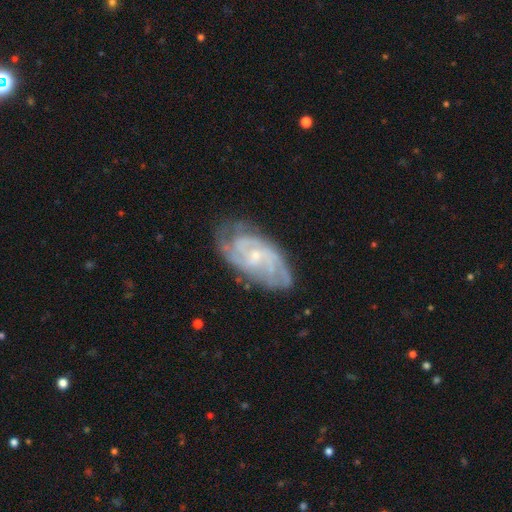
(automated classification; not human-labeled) Smooth or featured: featured or disk — 83% (smooth — 11%)
Edge-on disk: no — 95% (yes — 5%)
Bar: no — 59% (weak — 35%)
Spiral arms: yes — 95% (no — 5%)
Spiral winding: tight — 55% (medium — 36%)
Spiral arm count: can't tell — 32% (2 — 24%)
Bulge size: small — 74% (moderate — 21%)
Merging: none — 72% (minor disturbance — 20%)